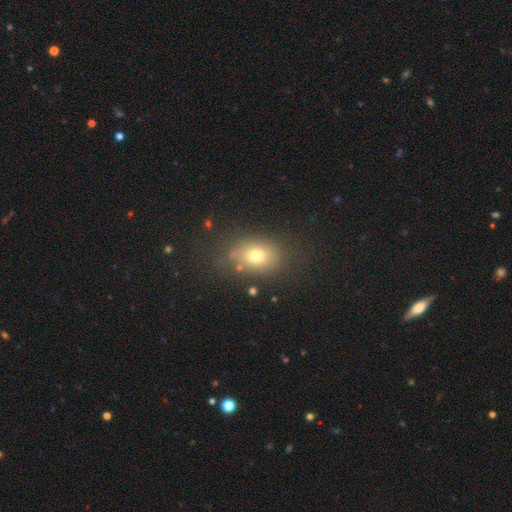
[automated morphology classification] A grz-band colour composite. It shows a smooth galaxy with no disk features (72%) that is in between round and cigar-shaped (70%). Merging: none (76%).